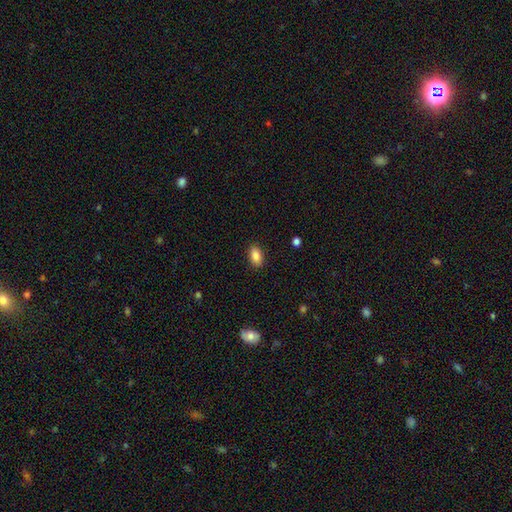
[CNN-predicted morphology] Q: Smooth or featured?
A: smooth (87%); runner-up: star or artifact (8%)
Q: How rounded?
A: in between (91%); runner-up: round (5%)
Q: Merging?
A: none (89%); runner-up: minor disturbance (8%)